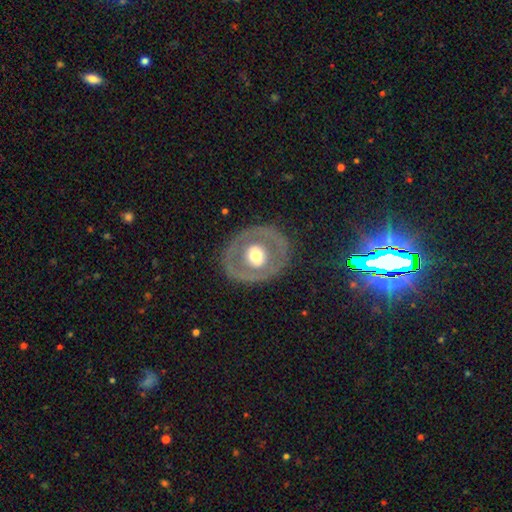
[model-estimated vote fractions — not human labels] Morphology: type=featured or disk (57%); edge-on=no (94%); bar=no (82%); spiral arms=no (87%); bulge=moderate (61%); merging=none (78%).